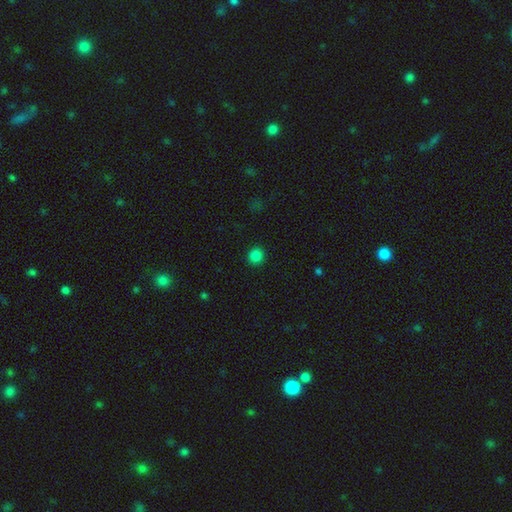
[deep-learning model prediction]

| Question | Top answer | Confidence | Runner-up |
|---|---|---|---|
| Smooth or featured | smooth | 84% | star or artifact (13%) |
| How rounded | round | 93% | in between (6%) |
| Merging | none | 92% | minor disturbance (5%) |